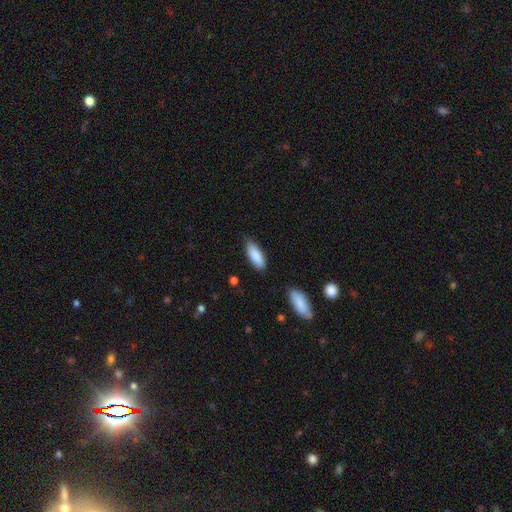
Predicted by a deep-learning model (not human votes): smooth 88%, featured or disk 6%, star or artifact 6%. Down the decision tree: how rounded — in between (70%); merging — none (78%).